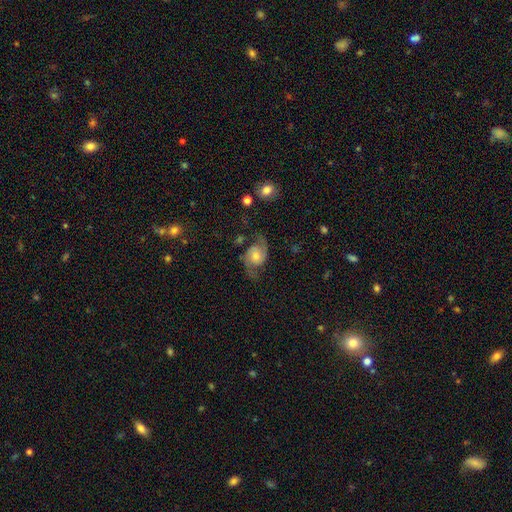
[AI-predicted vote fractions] Morphology: type=featured or disk (82%); edge-on=no (97%); bar=no (68%); spiral arms=yes (96%); winding=loose (44%, tied with medium); arm count=2 (93%); bulge=moderate (59%); merging=none (71%).